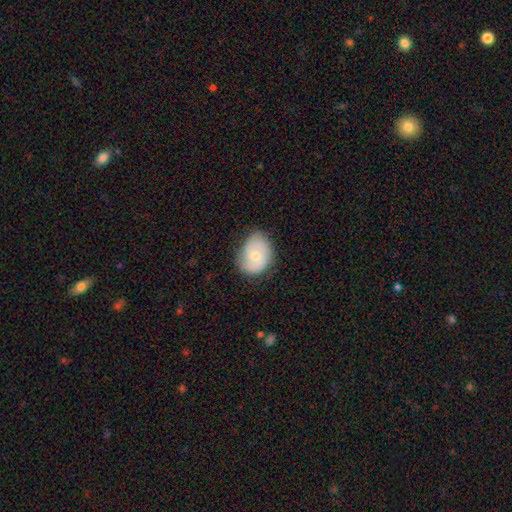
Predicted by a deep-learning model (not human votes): smooth-or-featured: smooth: 48% | featured or disk: 46% | star or artifact: 7%
  merging: none: 68% | minor disturbance: 24% | major disturbance: 6% | merger: 1%